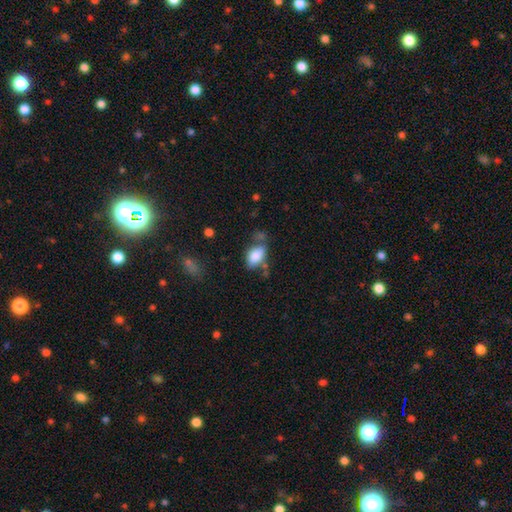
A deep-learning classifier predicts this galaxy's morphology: Smooth or featured: smooth — 82% (featured or disk — 10%)
How rounded: in between — 90% (round — 7%)
Merging: none — 55% (minor disturbance — 23%)